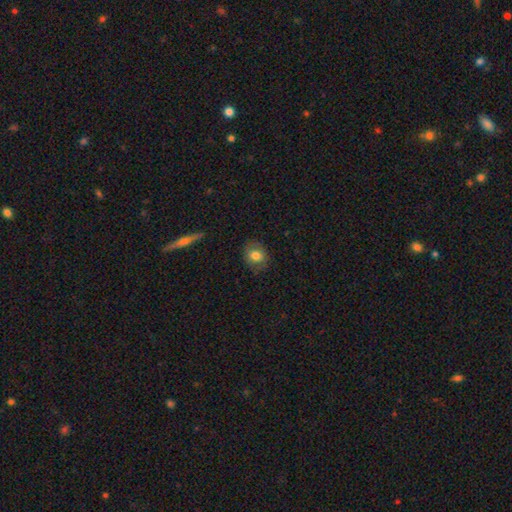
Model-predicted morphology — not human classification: Smooth or featured: smooth — 74% (featured or disk — 17%)
How rounded: round — 62% (in between — 36%)
Merging: none — 81% (minor disturbance — 14%)